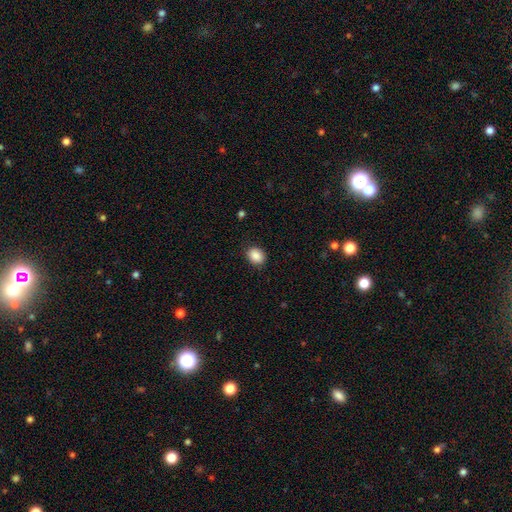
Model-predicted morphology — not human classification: This appears to be a smooth galaxy with no disk features (88%) that is round (51%). Merging: none (87%).